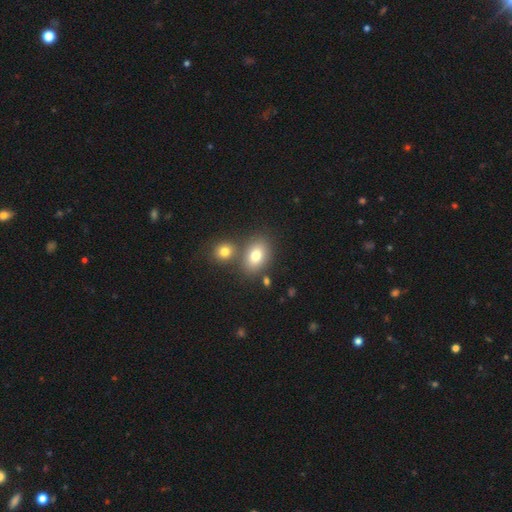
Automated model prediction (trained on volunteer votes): smooth 78%, featured or disk 12%, star or artifact 10%. Down the decision tree: how rounded — in between (74%); merging — none (62%).